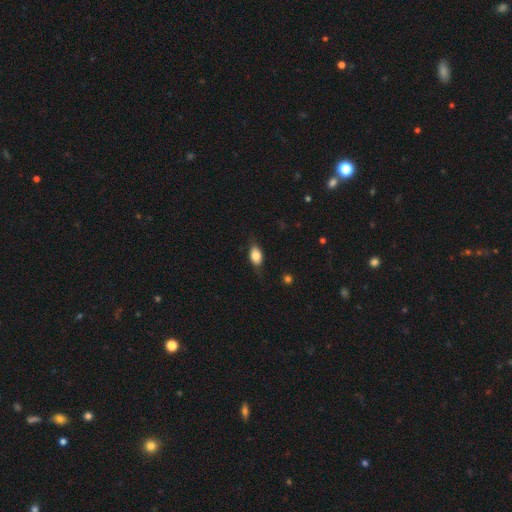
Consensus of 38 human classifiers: This appears to be a smooth galaxy with no disk features (61%) that is in between round and cigar-shaped (87%). Merging: none (76%).